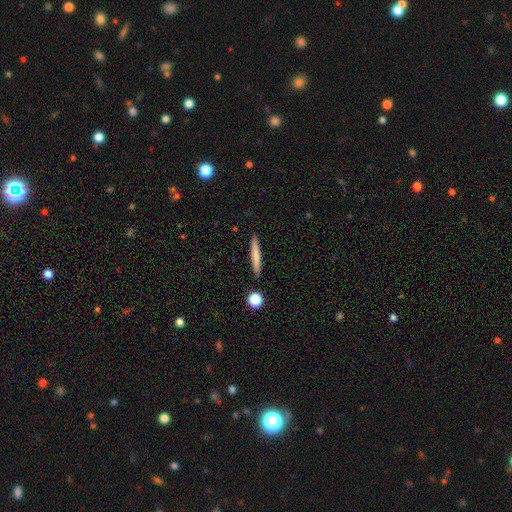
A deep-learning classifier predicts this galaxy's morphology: The model was most divided on "smooth or featured": smooth: 70%, featured or disk: 24%, star or artifact: 7%. More confident: how rounded — cigar-shaped (95%); merging — none (89%).